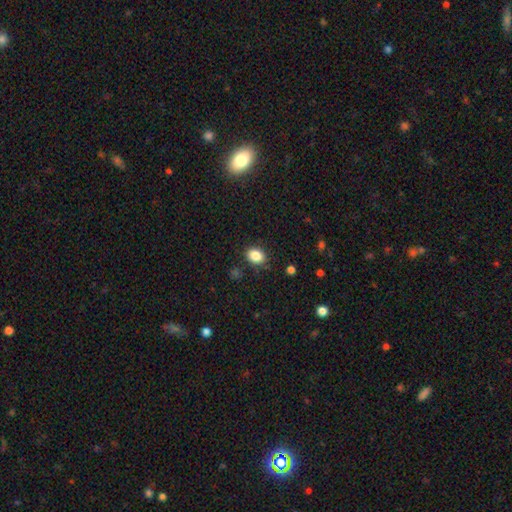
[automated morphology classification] Q: Smooth or featured?
A: smooth (86%); runner-up: star or artifact (9%)
Q: How rounded?
A: in between (64%); runner-up: round (35%)
Q: Merging?
A: none (84%); runner-up: minor disturbance (11%)